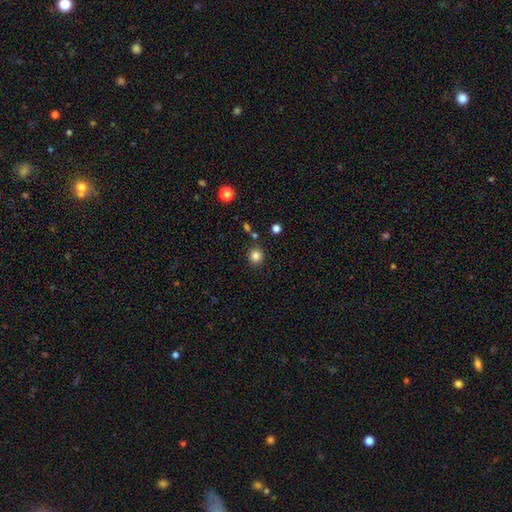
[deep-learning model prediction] smooth 84%, star or artifact 12%, featured or disk 4%. Down the decision tree: how rounded — round (91%); merging — none (85%).